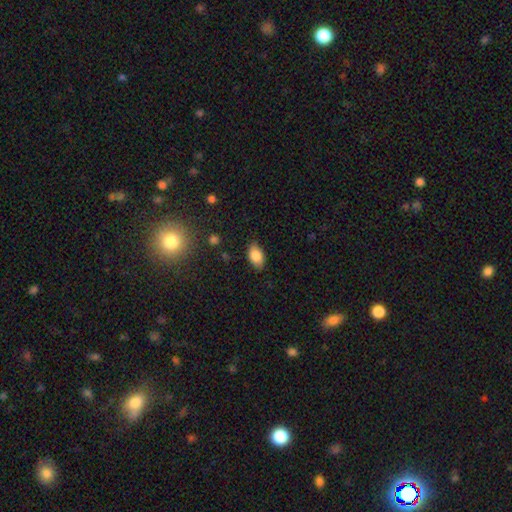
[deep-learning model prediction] Smooth or featured?
  - smooth: 85% *
  - star or artifact: 8%
  - featured or disk: 8%
How rounded?
  - in between: 91% *
  - round: 7%
  - cigar-shaped: 2%
Merging?
  - none: 84% *
  - minor disturbance: 13%
  - major disturbance: 3%
  - merger: 1%